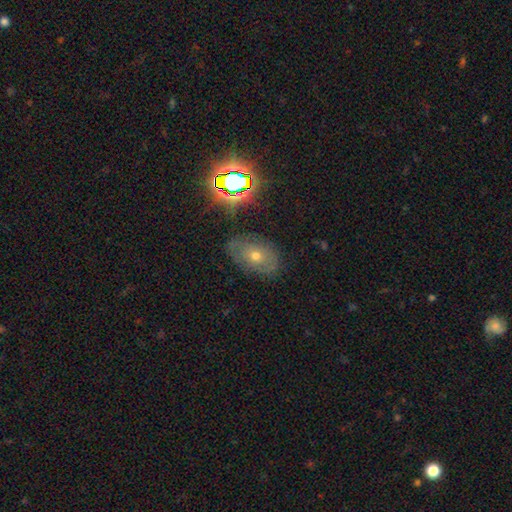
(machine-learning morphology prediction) smooth-or-featured: smooth: 37% | featured or disk: 36% | star or artifact: 28%
  merging: none: 75% | minor disturbance: 17% | major disturbance: 6% | merger: 2%